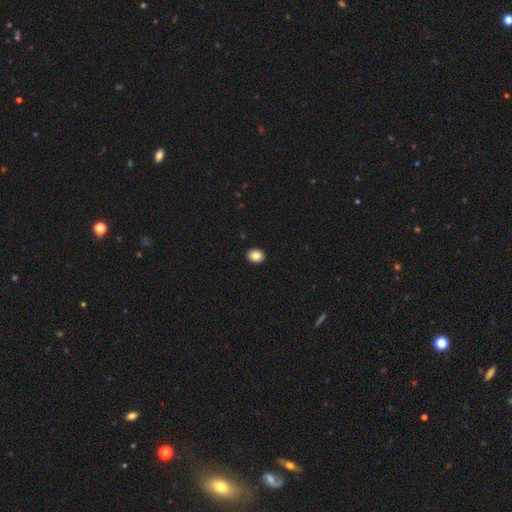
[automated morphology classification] smooth_or_featured: smooth (p=0.86) [alt: star or artifact p=0.09]
how_rounded: round (p=0.52) [alt: in between p=0.47]
merging: none (p=0.92) [alt: minor disturbance p=0.06]